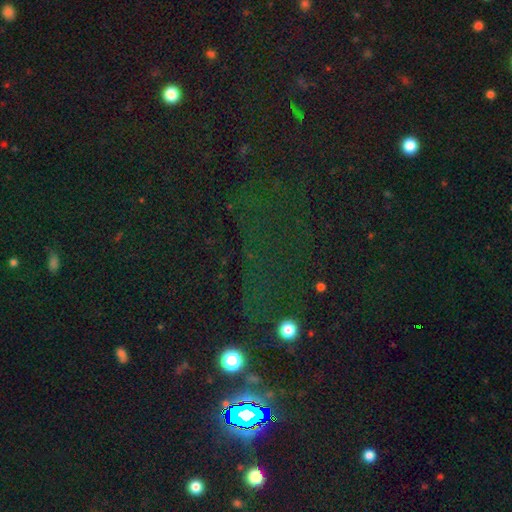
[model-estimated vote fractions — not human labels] A star or artifact, not a galaxy (72%).

Vote fractions:
- Smooth or featured? star or artifact: 72% / smooth: 19% / featured or disk: 9%